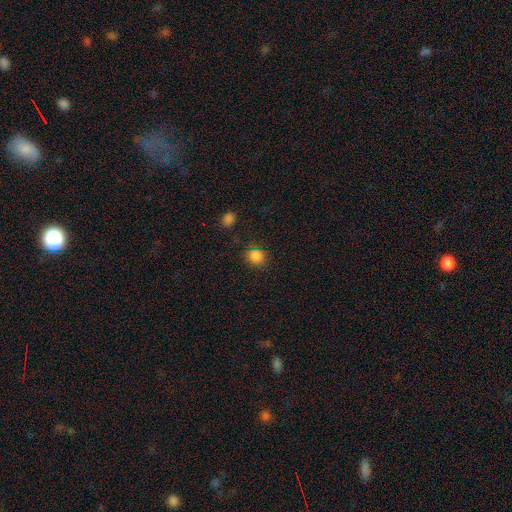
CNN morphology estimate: Smooth or featured? smooth (84%)
How rounded? round (84%)
Merging? none (83%)